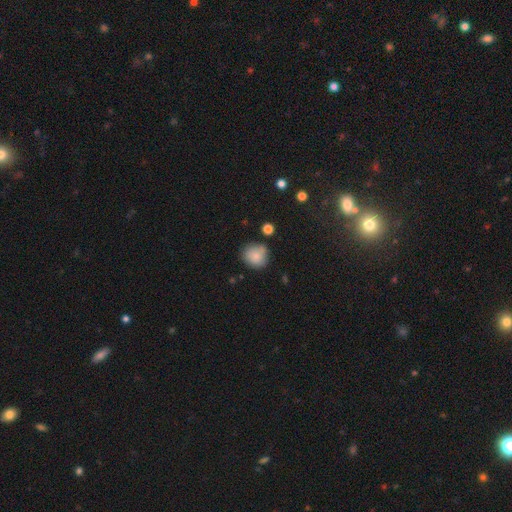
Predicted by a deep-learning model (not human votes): The model was most divided on "merging": none: 73%, minor disturbance: 18%, merger: 5%, major disturbance: 4%. More confident: how rounded — round (85%); smooth or featured — smooth (84%).